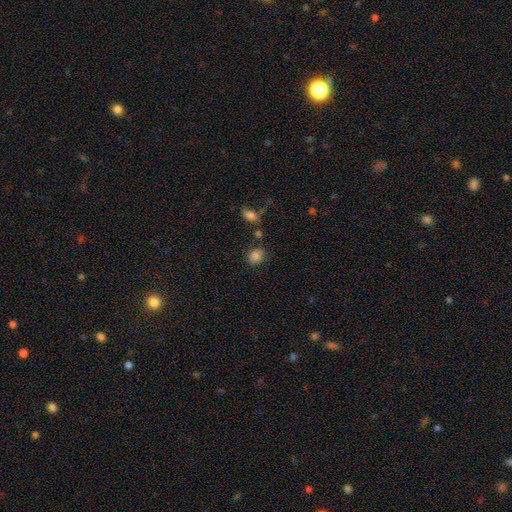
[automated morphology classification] The model was most divided on "how rounded": round: 57%, in between: 42%, cigar-shaped: 1%. More confident: smooth or featured — smooth (84%); merging — none (76%).